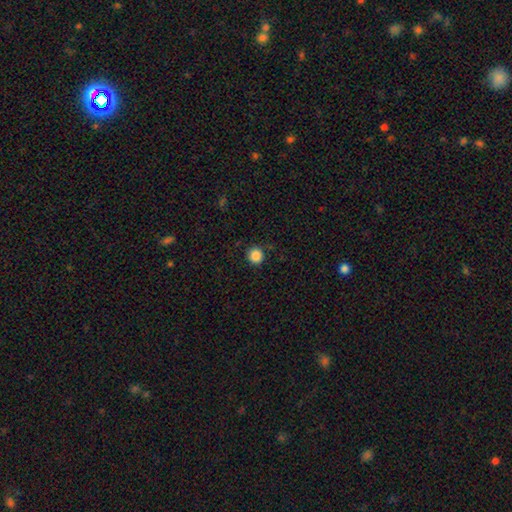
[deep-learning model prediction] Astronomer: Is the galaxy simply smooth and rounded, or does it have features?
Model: smooth — 86%.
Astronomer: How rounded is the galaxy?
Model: round — 94%.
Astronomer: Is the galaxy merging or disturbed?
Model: none — 90%.